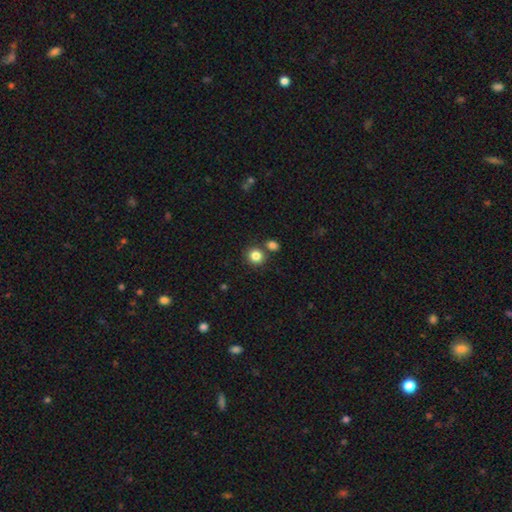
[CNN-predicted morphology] A smooth galaxy with no disk features (83%) that is round (87%).

Vote fractions:
- Smooth or featured? smooth: 83% / star or artifact: 11% / featured or disk: 5%
- How rounded? round: 87% / in between: 12% / cigar-shaped: 1%
- Merging? none: 75% / merger: 15% / minor disturbance: 8% / major disturbance: 3%